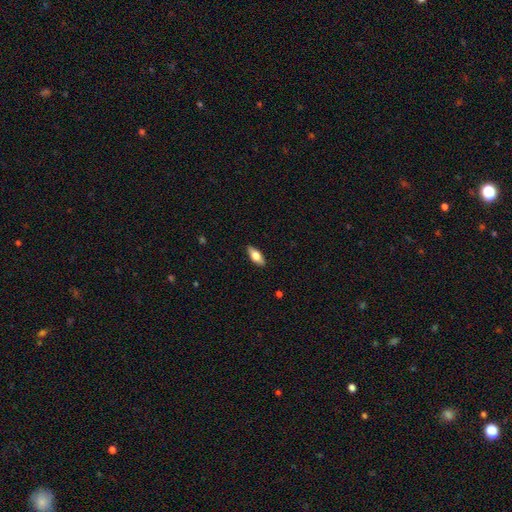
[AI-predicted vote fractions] This is likely a smooth galaxy (68%). How rounded: likely in between (79%). Merging: clearly none (88%).